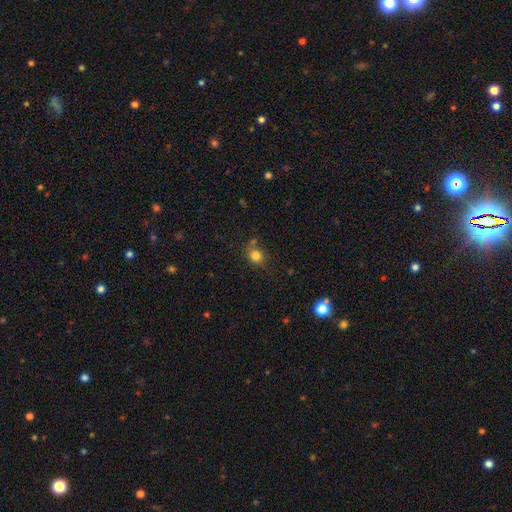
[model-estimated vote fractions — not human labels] Smooth or featured? smooth (80%)
How rounded? round (76%)
Merging? none (65%)